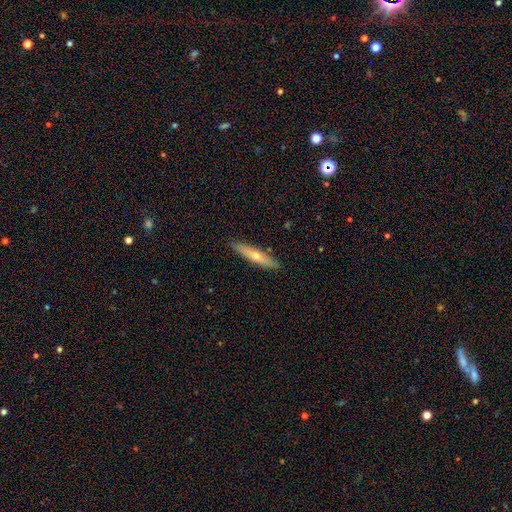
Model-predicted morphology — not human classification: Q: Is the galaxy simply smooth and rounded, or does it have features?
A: smooth — 48%.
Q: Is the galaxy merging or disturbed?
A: none — 89%.